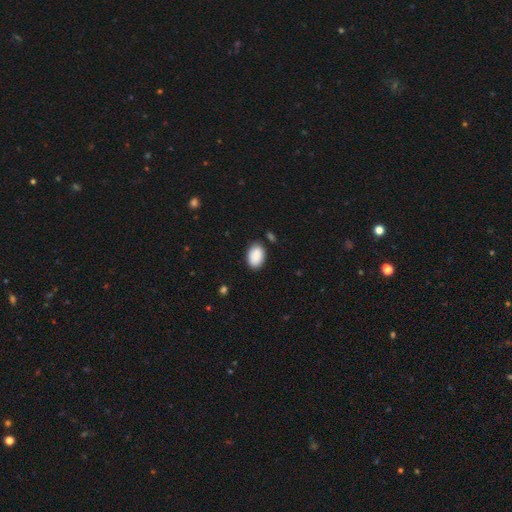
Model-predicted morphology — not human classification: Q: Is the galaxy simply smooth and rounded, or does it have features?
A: smooth — 90%.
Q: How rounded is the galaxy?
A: in between — 89%.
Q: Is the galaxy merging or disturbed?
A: none — 83%.